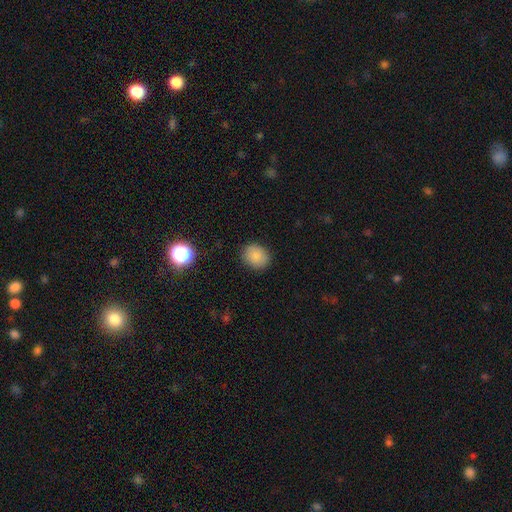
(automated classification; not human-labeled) A smooth galaxy with no disk features (85%) that is round (64%).

Vote fractions:
- Smooth or featured? smooth: 85% / star or artifact: 10% / featured or disk: 5%
- How rounded? round: 64% / in between: 36% / cigar-shaped: 1%
- Merging? none: 88% / minor disturbance: 9% / major disturbance: 2% / merger: 1%